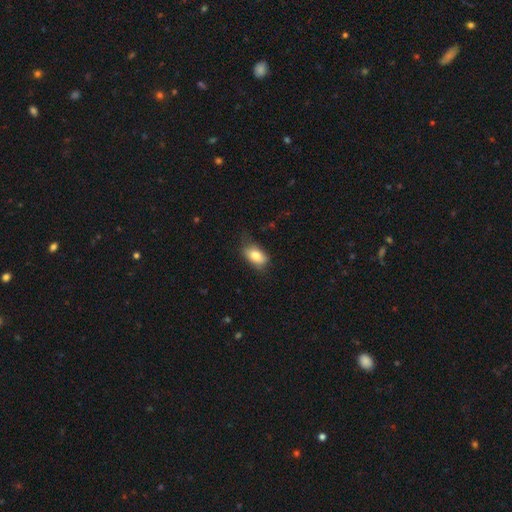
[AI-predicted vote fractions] Smooth or featured? Predicted: smooth (p=0.82). How rounded? Predicted: in between (p=0.89). Merging? Predicted: none (p=0.62).